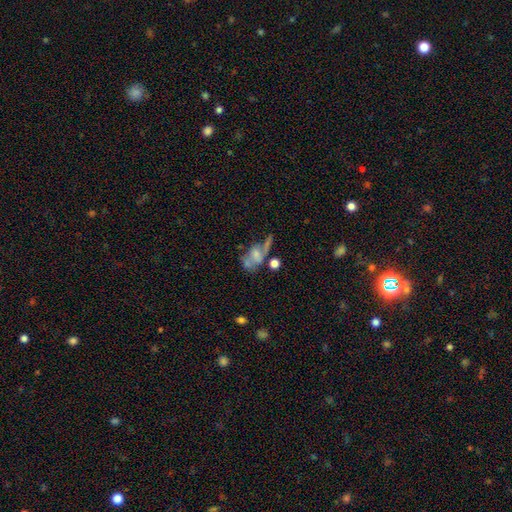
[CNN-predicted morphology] The model was most divided on "merging": major disturbance: 35%, merger: 26%, none: 23%, minor disturbance: 17%. More confident: edge-on disk — no (93%); smooth or featured — featured or disk (50%).